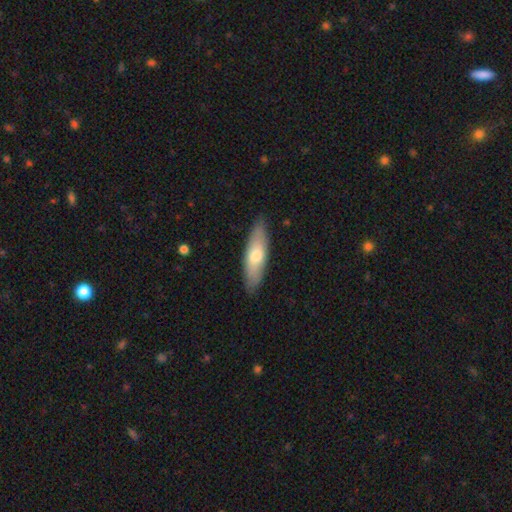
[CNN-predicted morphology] Overall: smooth (64%; featured or disk 31%). How rounded: cigar-shaped (55%; in between 43%). Merging: none (87%).